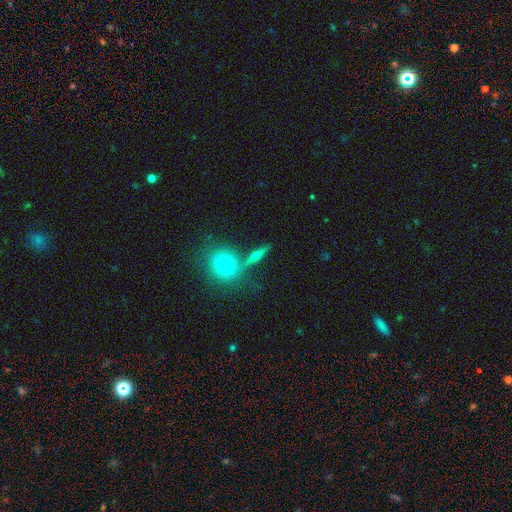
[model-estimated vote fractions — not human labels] Morphology: type=featured or disk (44%, tied with smooth); merging=none (74%).